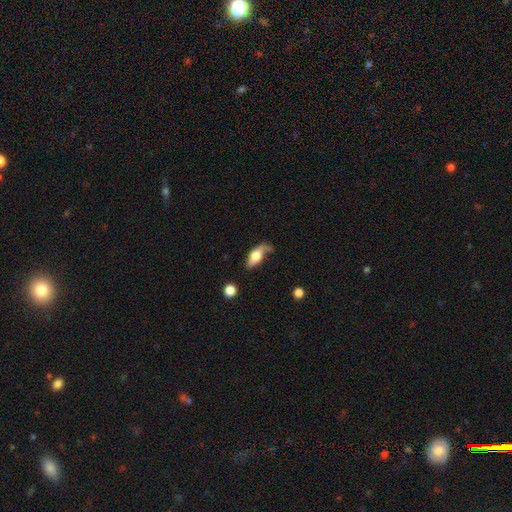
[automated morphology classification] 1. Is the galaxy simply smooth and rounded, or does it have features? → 53% smooth, 40% featured or disk, 7% star or artifact.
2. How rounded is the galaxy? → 76% in between, 18% cigar-shaped, 6% round.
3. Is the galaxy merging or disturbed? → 34% none, 30% major disturbance, 30% minor disturbance, 6% merger.